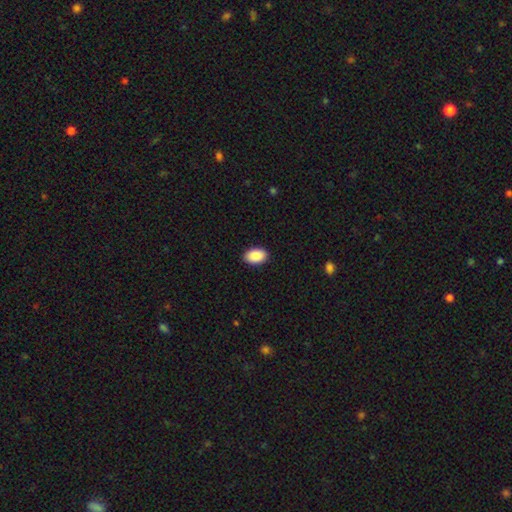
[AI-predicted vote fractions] Overall: smooth (90%). How rounded: in between (91%). Merging: none (90%).